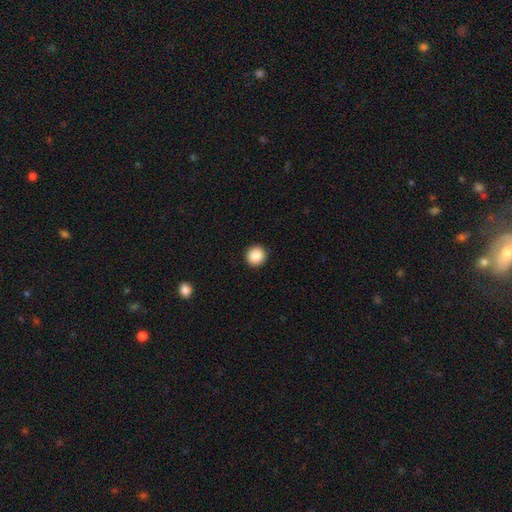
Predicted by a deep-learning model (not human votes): Smooth or featured? smooth (88%)
How rounded? round (94%)
Merging? none (93%)